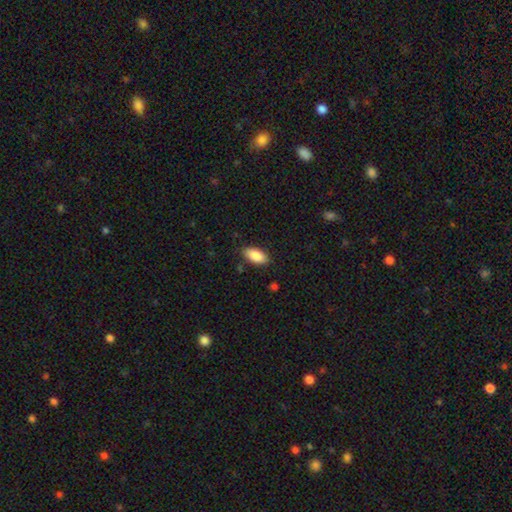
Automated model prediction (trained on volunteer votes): smooth 87%, star or artifact 7%, featured or disk 6%. Down the decision tree: how rounded — in between (92%); merging — none (85%).